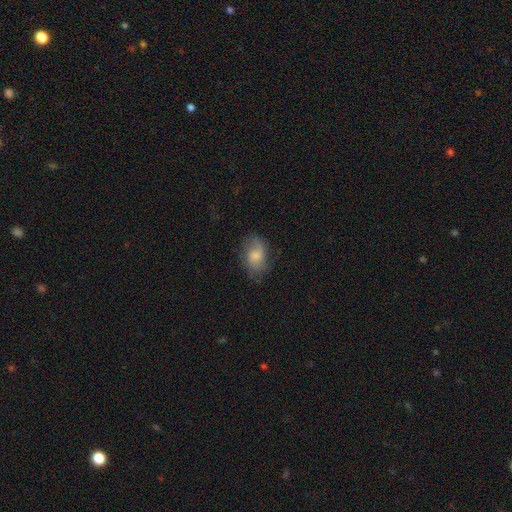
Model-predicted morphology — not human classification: Q: Smooth or featured?
A: smooth (55%); runner-up: featured or disk (37%)
Q: How rounded?
A: in between (81%); runner-up: round (17%)
Q: Merging?
A: none (64%); runner-up: minor disturbance (24%)